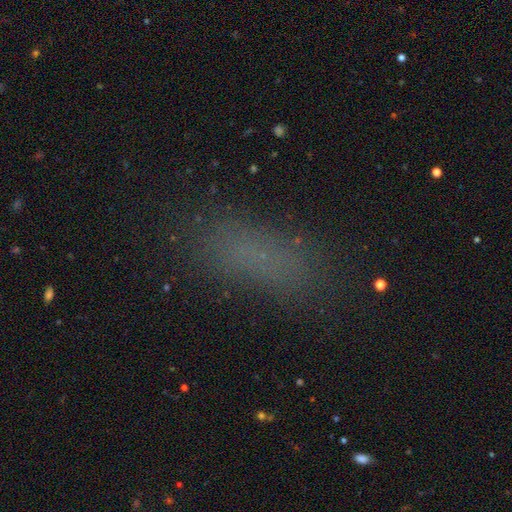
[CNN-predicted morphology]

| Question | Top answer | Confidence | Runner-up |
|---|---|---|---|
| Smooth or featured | smooth | 70% | star or artifact (22%) |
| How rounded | in between | 56% | cigar-shaped (40%) |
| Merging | none | 83% | minor disturbance (11%) |